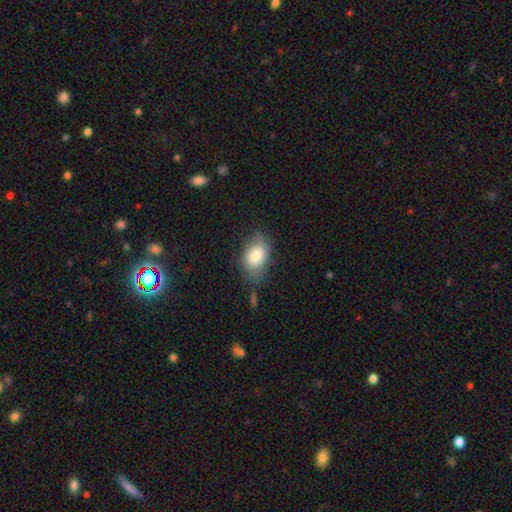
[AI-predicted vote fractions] Q: Smooth or featured?
A: smooth (81%); runner-up: featured or disk (12%)
Q: How rounded?
A: in between (87%); runner-up: round (12%)
Q: Merging?
A: none (58%); runner-up: minor disturbance (27%)